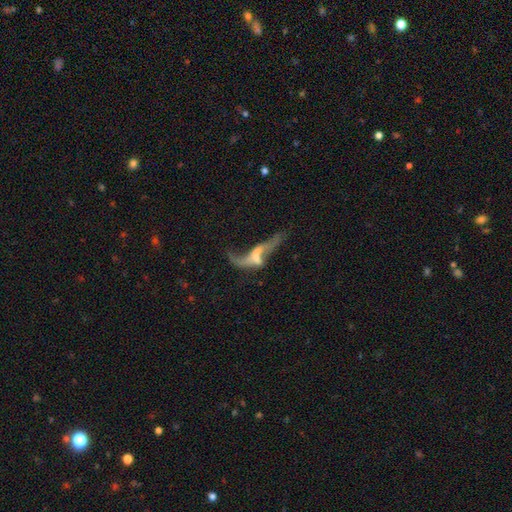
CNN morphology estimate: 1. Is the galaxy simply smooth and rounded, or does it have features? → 66% featured or disk, 22% smooth, 12% star or artifact.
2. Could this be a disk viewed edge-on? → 83% no, 17% yes.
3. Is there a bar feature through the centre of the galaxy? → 56% no, 29% weak, 14% strong.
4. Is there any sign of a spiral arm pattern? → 54% yes, 46% no.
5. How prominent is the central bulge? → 41% none, 31% small, 22% moderate, 5% large, 2% dominant.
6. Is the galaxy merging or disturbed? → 39% major disturbance, 28% merger, 21% none, 12% minor disturbance.